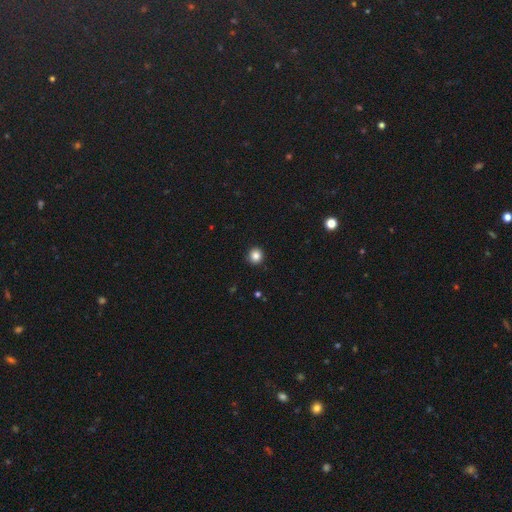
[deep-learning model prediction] A smooth galaxy with no disk features (85%) that is round (91%).

Vote fractions:
- Smooth or featured? smooth: 85% / star or artifact: 11% / featured or disk: 4%
- How rounded? round: 91% / in between: 8% / cigar-shaped: 1%
- Merging? none: 92% / minor disturbance: 6% / major disturbance: 2% / merger: 1%